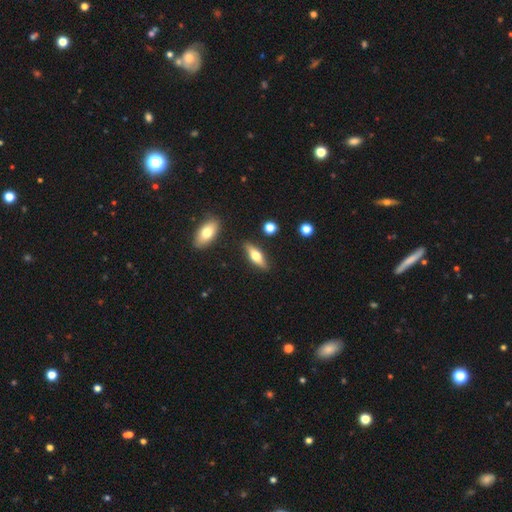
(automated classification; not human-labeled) This is possibly a smooth galaxy (48%). Merging: clearly none (86%).